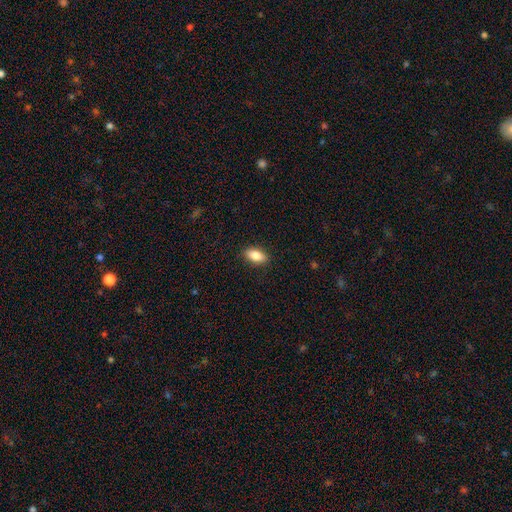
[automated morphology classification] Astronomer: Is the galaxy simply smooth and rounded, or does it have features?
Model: smooth — 84%.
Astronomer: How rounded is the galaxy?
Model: in between — 89%.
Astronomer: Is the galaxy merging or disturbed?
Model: none — 90%.